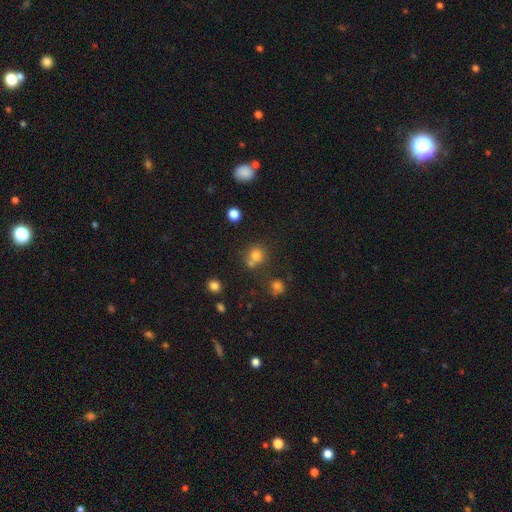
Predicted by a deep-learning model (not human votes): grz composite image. It shows a smooth galaxy with no disk features (74%) that is round (85%). Merging: none (55%).